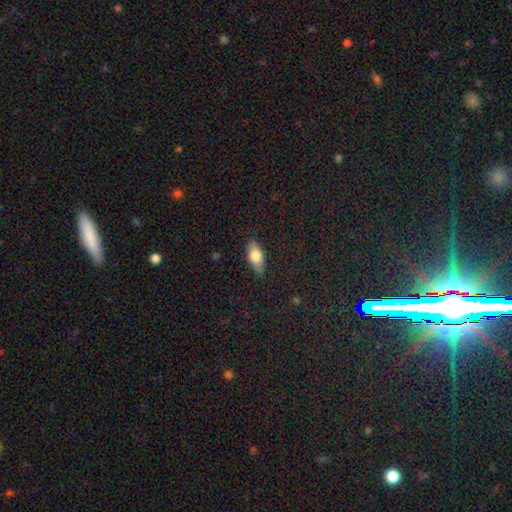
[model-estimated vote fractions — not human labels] Smooth or featured?
  - smooth: 75% *
  - featured or disk: 18%
  - star or artifact: 7%
How rounded?
  - in between: 85% *
  - cigar-shaped: 11%
  - round: 3%
Merging?
  - none: 84% *
  - minor disturbance: 12%
  - major disturbance: 3%
  - merger: 1%